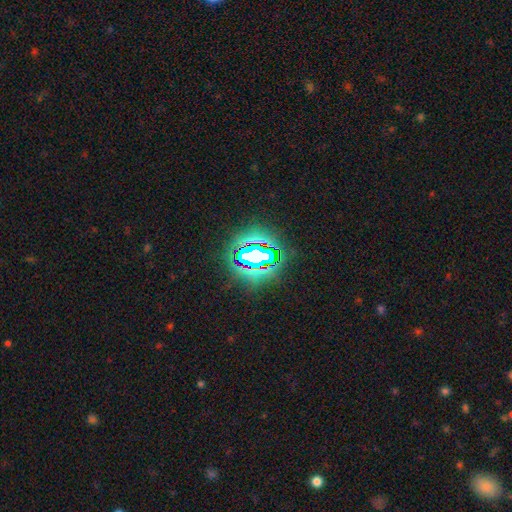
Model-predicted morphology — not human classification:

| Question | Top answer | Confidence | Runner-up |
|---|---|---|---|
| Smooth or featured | star or artifact | 69% | smooth (18%) |